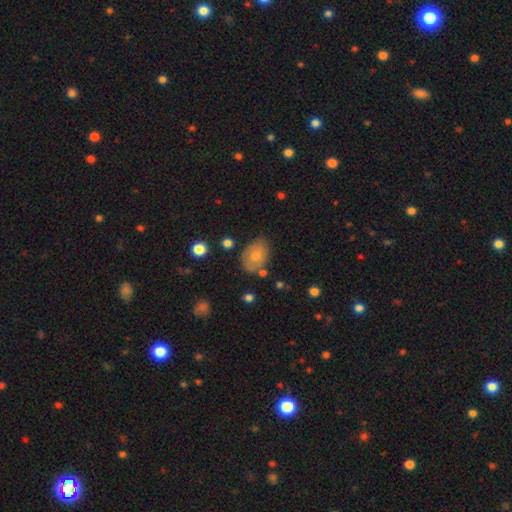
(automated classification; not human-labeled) Q: Smooth or featured?
A: smooth (65%); runner-up: featured or disk (25%)
Q: How rounded?
A: in between (71%); runner-up: round (28%)
Q: Merging?
A: none (74%); runner-up: minor disturbance (18%)